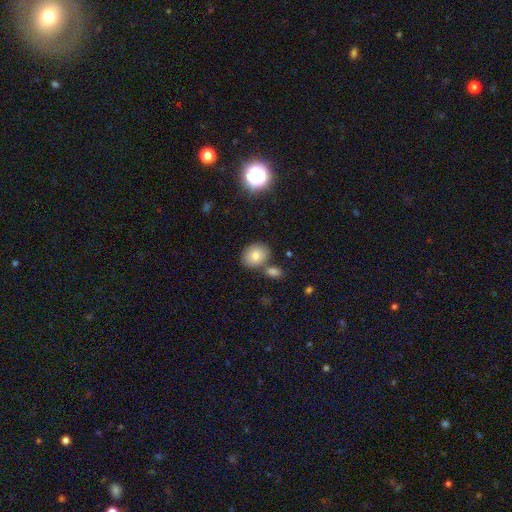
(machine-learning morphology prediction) Smooth or featured?
  - smooth: 80% *
  - star or artifact: 10%
  - featured or disk: 10%
How rounded?
  - in between: 59% *
  - round: 40%
  - cigar-shaped: 1%
Merging?
  - none: 68% *
  - merger: 17%
  - minor disturbance: 12%
  - major disturbance: 3%